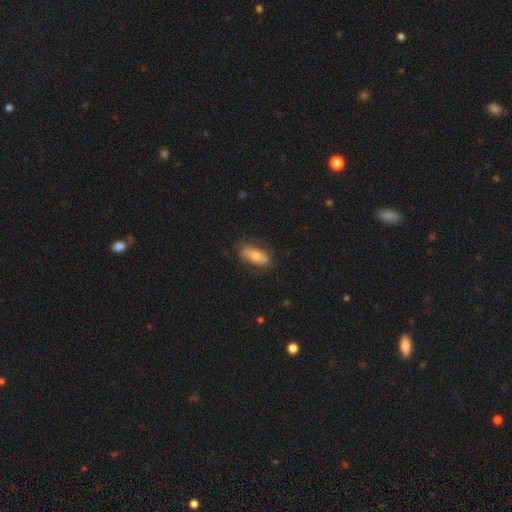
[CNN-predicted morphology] smooth-or-featured: smooth: 63% | featured or disk: 29% | star or artifact: 7%
  how-rounded: in between: 78% | cigar-shaped: 18% | round: 3%
  merging: none: 77% | minor disturbance: 17% | major disturbance: 5% | merger: 1%